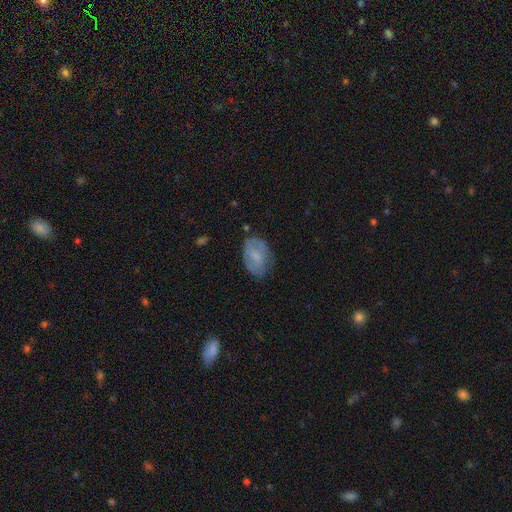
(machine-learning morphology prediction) smooth 54%, featured or disk 38%, star or artifact 8%. Down the decision tree: how rounded — in between (86%); merging — none (63%).